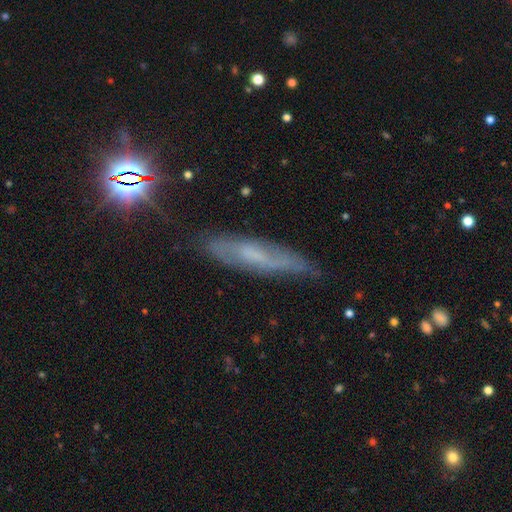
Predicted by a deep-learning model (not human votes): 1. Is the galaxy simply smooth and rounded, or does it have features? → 52% featured or disk, 33% smooth, 15% star or artifact.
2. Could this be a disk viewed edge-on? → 51% no, 49% yes.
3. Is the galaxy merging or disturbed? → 76% none, 18% minor disturbance, 4% major disturbance, 2% merger.